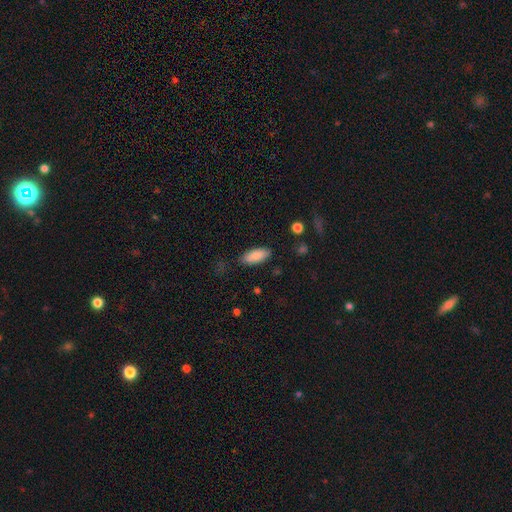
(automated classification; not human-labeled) Smooth or featured? smooth (88%)
How rounded? in between (82%)
Merging? none (84%)